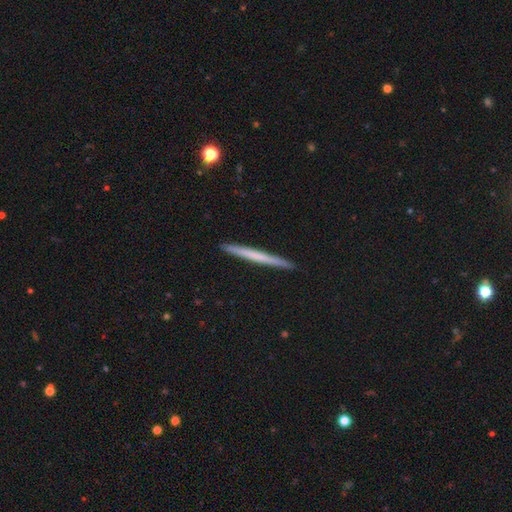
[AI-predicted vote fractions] Smooth or featured: smooth — 54% (featured or disk — 40%)
How rounded: cigar-shaped — 97% (in between — 1%)
Merging: none — 92% (minor disturbance — 5%)